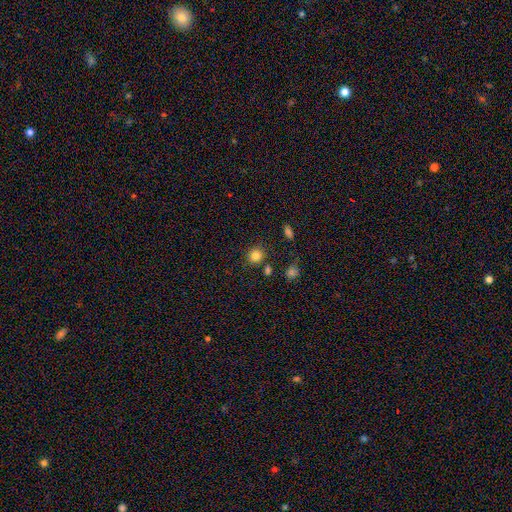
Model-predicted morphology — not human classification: The model was most divided on "how rounded": round: 85%, in between: 14%, cigar-shaped: 1%. More confident: smooth or featured — smooth (82%); merging — none (82%).